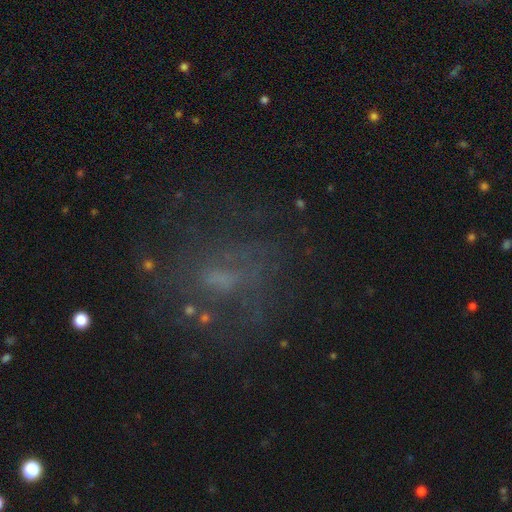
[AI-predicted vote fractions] The model was most divided on "smooth or featured": featured or disk: 48%, smooth: 26%, star or artifact: 25%. More confident: merging — none (61%).